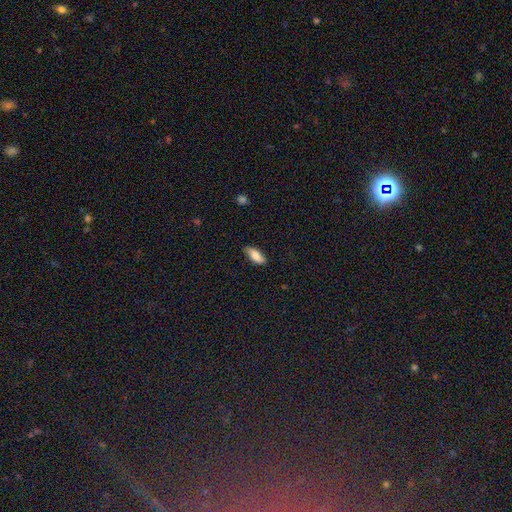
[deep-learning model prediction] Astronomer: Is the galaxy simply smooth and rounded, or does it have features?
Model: smooth — 82%.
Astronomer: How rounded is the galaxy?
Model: in between — 78%.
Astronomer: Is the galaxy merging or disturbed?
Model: none — 81%.